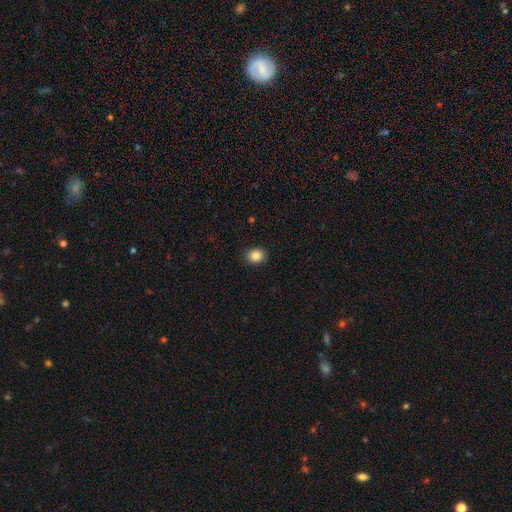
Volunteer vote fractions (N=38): smooth_or_featured: smooth (p=0.87) [alt: star or artifact p=0.08]
how_rounded: round (p=0.64) [alt: in between p=0.36]
merging: none (p=0.97) [alt: minor disturbance p=0.03]